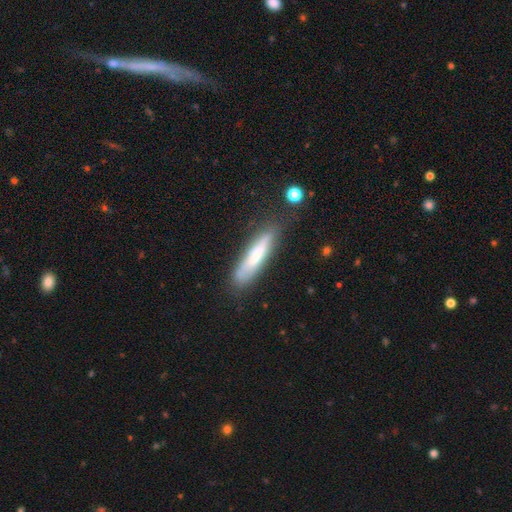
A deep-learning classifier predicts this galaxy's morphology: smooth-or-featured: smooth: 55% | featured or disk: 38% | star or artifact: 7%
  how-rounded: cigar-shaped: 84% | in between: 14% | round: 1%
  merging: none: 73% | minor disturbance: 19% | major disturbance: 5% | merger: 3%